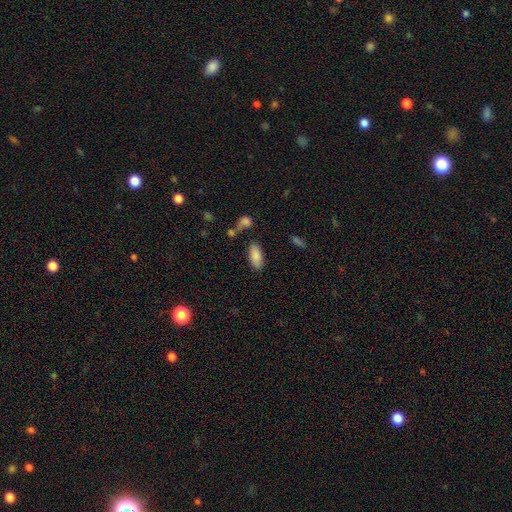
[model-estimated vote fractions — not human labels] This is clearly a smooth galaxy (86%). How rounded: clearly in between (87%). Merging: likely none (78%).